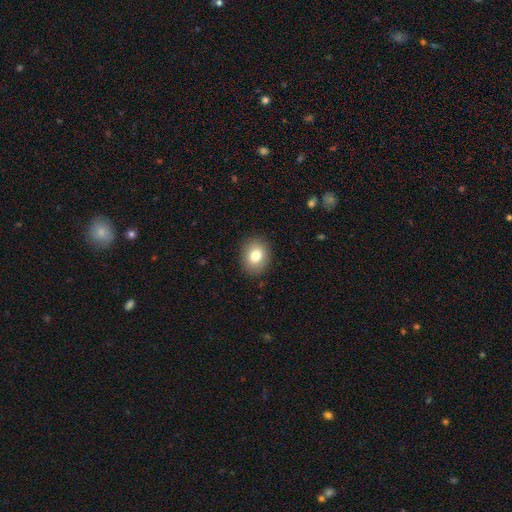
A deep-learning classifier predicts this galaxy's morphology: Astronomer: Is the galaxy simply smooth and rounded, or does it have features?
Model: smooth — 81%.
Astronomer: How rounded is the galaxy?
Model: in between — 51% (runner-up: round, 48%).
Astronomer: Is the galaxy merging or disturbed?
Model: none — 88%.